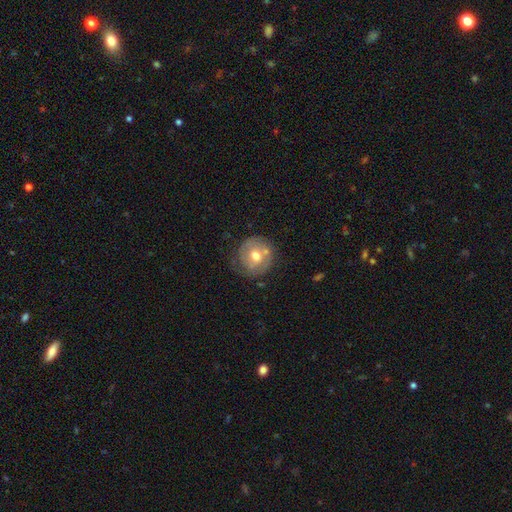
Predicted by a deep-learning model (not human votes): Smooth or featured: featured or disk — 47% (smooth — 46%)
Merging: none — 66% (minor disturbance — 19%)